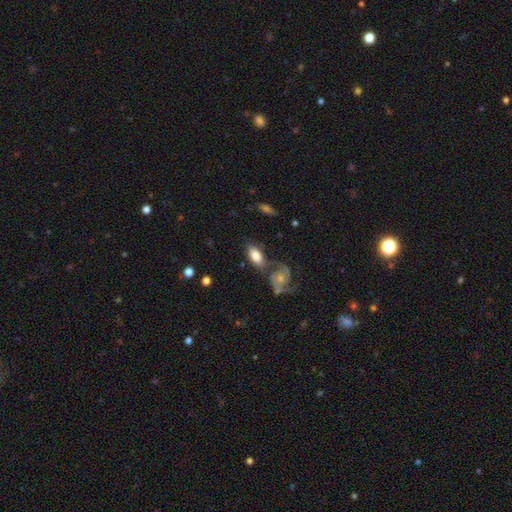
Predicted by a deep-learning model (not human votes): The model was most divided on "merging": none: 53%, merger: 22%, minor disturbance: 17%, major disturbance: 8%. More confident: how rounded — in between (91%); smooth or featured — smooth (67%).